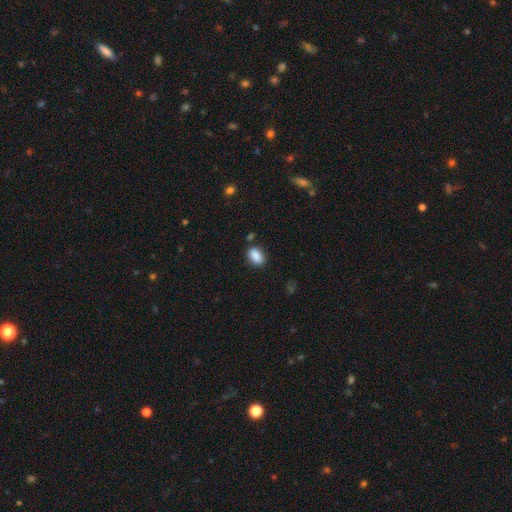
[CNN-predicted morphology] smooth_or_featured: smooth (p=0.88) [alt: star or artifact p=0.08]
how_rounded: in between (p=0.85) [alt: round p=0.13]
merging: none (p=0.81) [alt: minor disturbance p=0.12]